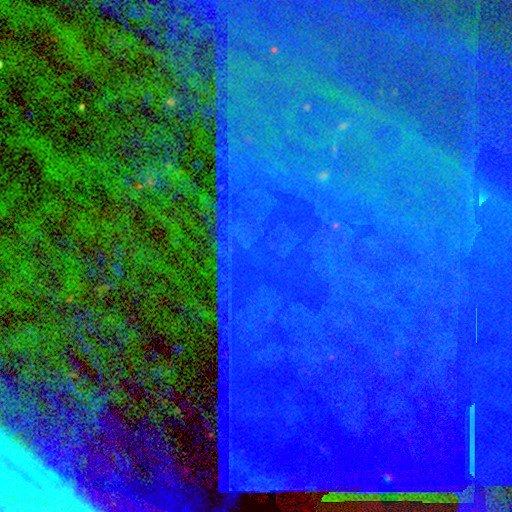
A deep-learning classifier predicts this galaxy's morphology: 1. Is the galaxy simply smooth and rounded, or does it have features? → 84% star or artifact, 9% featured or disk, 7% smooth.